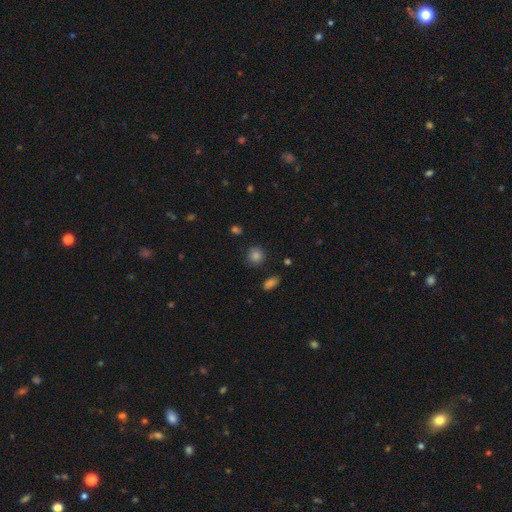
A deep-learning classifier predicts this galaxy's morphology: Smooth or featured? smooth (80%)
How rounded? round (87%)
Merging? none (85%)